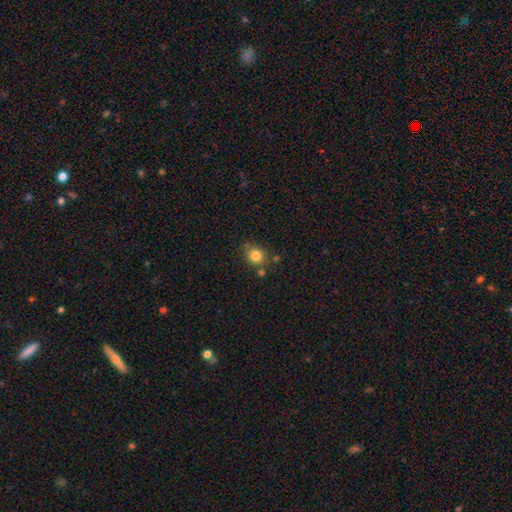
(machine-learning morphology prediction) Smooth or featured? smooth (83%)
How rounded? round (77%)
Merging? none (69%)